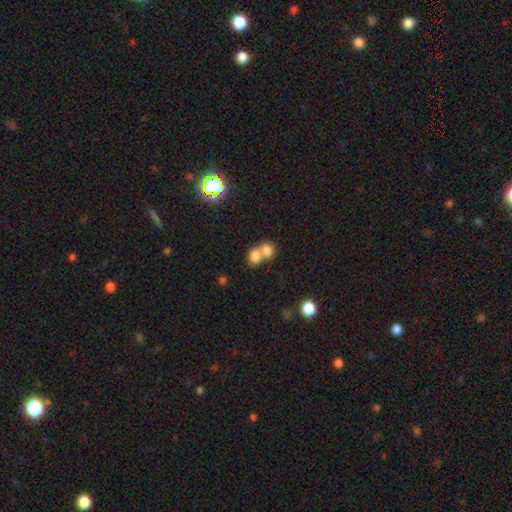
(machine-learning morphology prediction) Smooth or featured: smooth — 77% (star or artifact — 12%)
How rounded: round — 59% (in between — 39%)
Merging: merger — 68% (none — 24%)